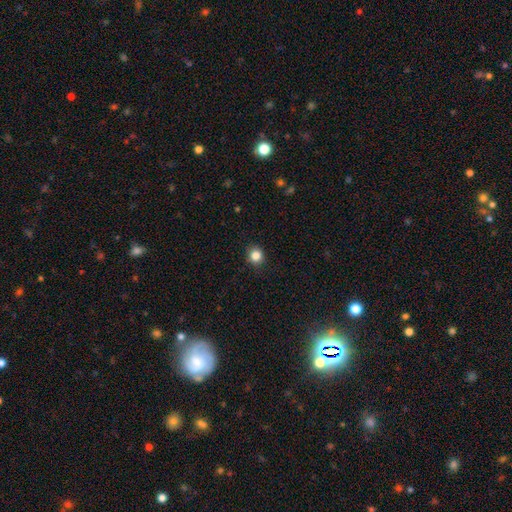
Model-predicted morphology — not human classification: smooth 84%, star or artifact 11%, featured or disk 5%. Down the decision tree: how rounded — round (83%); merging — none (90%).